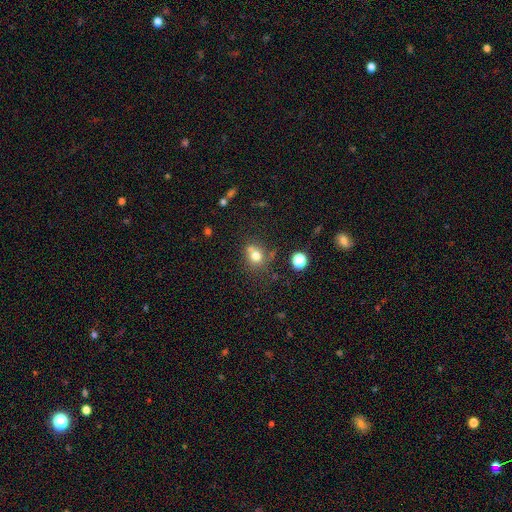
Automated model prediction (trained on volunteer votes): A smooth galaxy with no disk features (74%) that is round (71%).

Vote fractions:
- Smooth or featured? smooth: 74% / star or artifact: 15% / featured or disk: 12%
- How rounded? round: 71% / in between: 28% / cigar-shaped: 1%
- Merging? none: 52% / merger: 24% / minor disturbance: 17% / major disturbance: 8%